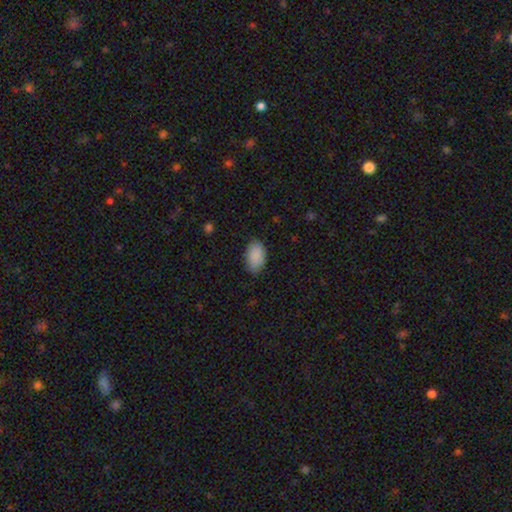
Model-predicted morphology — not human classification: Overall: smooth (90%). How rounded: in between (93%). Merging: none (82%).